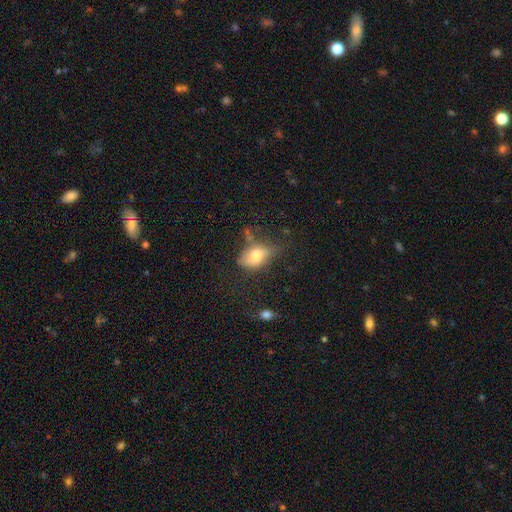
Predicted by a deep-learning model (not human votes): Smooth or featured? Predicted: smooth (p=0.61). How rounded? Predicted: in between (p=0.83). Merging? Predicted: none (p=0.41).